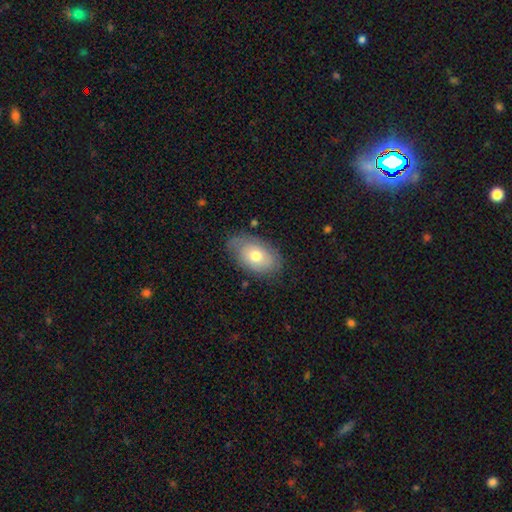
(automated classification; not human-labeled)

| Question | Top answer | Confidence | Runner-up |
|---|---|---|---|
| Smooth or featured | smooth | 59% | featured or disk (33%) |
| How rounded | in between | 90% | round (9%) |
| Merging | none | 70% | minor disturbance (23%) |